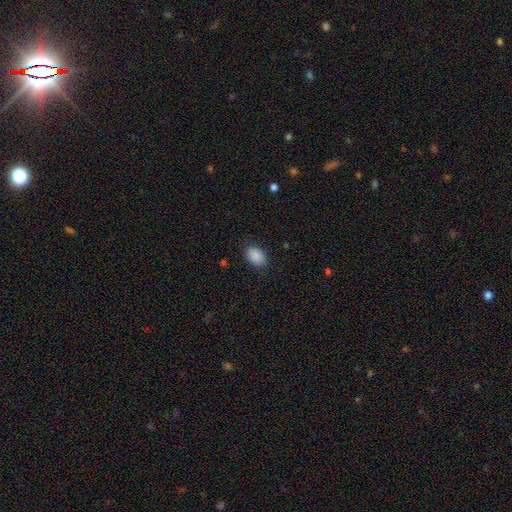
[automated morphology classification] smooth-or-featured: smooth: 88% | star or artifact: 8% | featured or disk: 4%
  how-rounded: in between: 83% | round: 16% | cigar-shaped: 1%
  merging: none: 84% | minor disturbance: 12% | major disturbance: 3% | merger: 1%